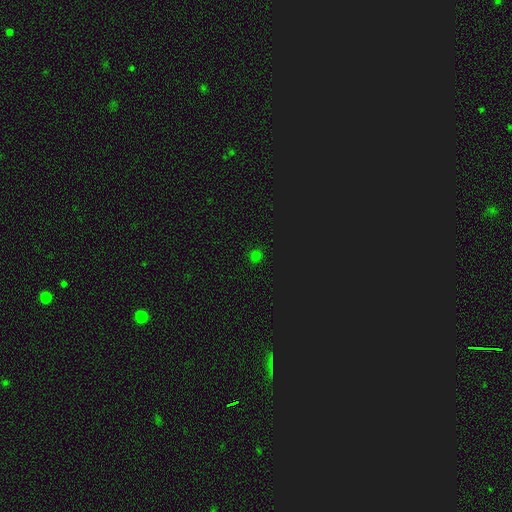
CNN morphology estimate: type=smooth (66%); roundness=round (89%); merging=none (90%).